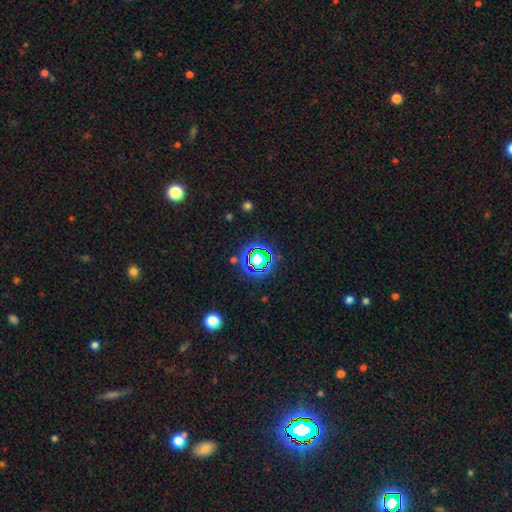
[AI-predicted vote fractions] star or artifact 69%, smooth 19%, featured or disk 11%.